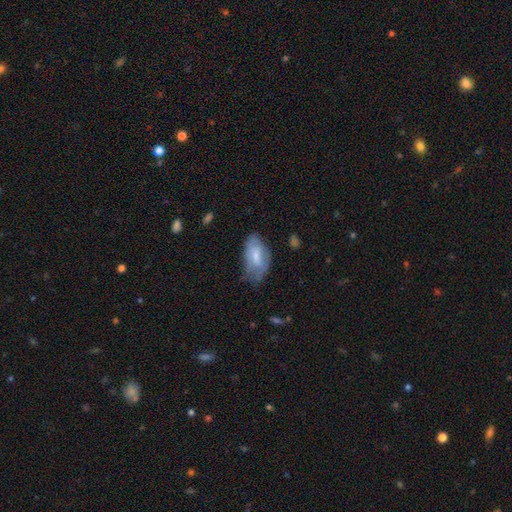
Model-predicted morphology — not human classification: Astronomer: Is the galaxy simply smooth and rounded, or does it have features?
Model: smooth — 58% (runner-up: featured or disk, 35%).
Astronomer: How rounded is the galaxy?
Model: in between — 92%.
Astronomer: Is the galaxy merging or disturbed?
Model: none — 50% (runner-up: minor disturbance, 35%).